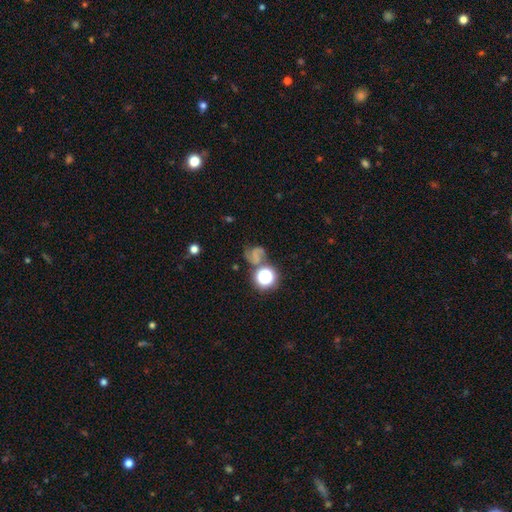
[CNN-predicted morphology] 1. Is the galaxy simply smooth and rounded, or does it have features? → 37% smooth, 36% featured or disk, 26% star or artifact.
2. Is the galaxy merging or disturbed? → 45% none, 20% major disturbance, 19% minor disturbance, 16% merger.